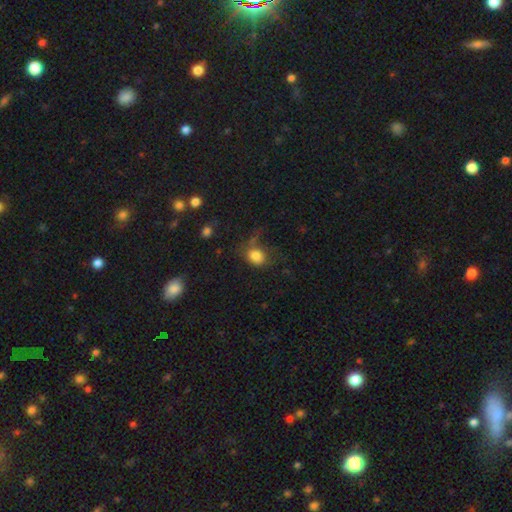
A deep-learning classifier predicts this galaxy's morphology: This is likely a smooth galaxy (80%). How rounded: possibly in between (53%). Merging: possibly none (47%).